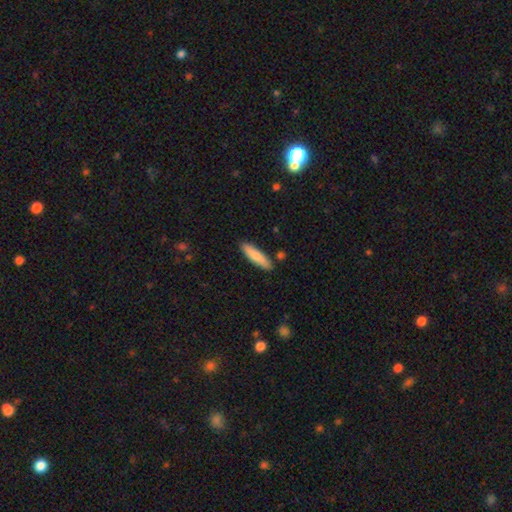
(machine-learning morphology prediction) Smooth or featured? Predicted: smooth (p=0.82). How rounded? Predicted: cigar-shaped (p=0.72). Merging? Predicted: none (p=0.87).